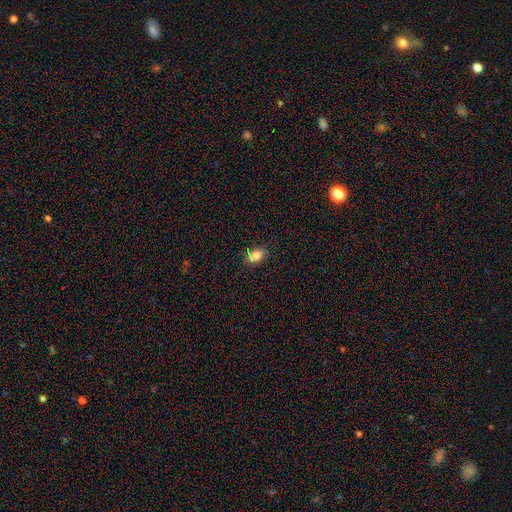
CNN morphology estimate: Smooth or featured?
  - smooth: 84% *
  - star or artifact: 9%
  - featured or disk: 7%
How rounded?
  - in between: 83% *
  - round: 15%
  - cigar-shaped: 2%
Merging?
  - none: 85% *
  - minor disturbance: 11%
  - major disturbance: 2%
  - merger: 1%